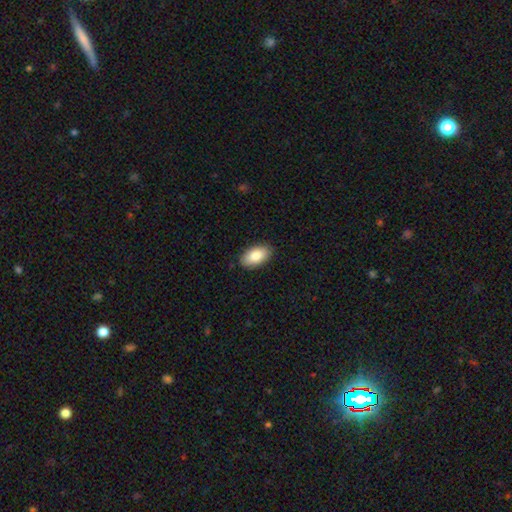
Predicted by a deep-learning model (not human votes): This is clearly a smooth galaxy (84%). How rounded: clearly in between (95%). Merging: clearly none (88%).